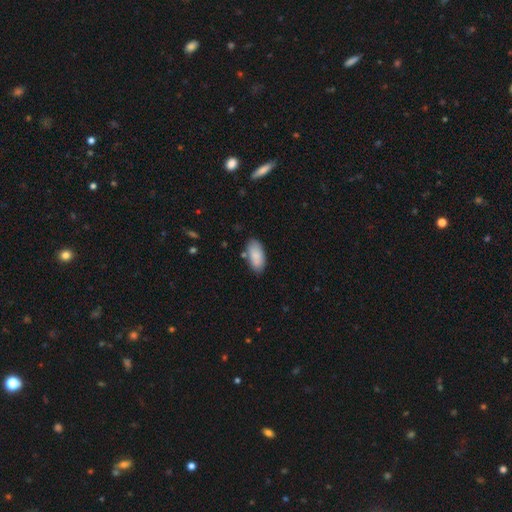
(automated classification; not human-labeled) Smooth or featured? Predicted: smooth (p=0.86). How rounded? Predicted: in between (p=0.93). Merging? Predicted: none (p=0.77).